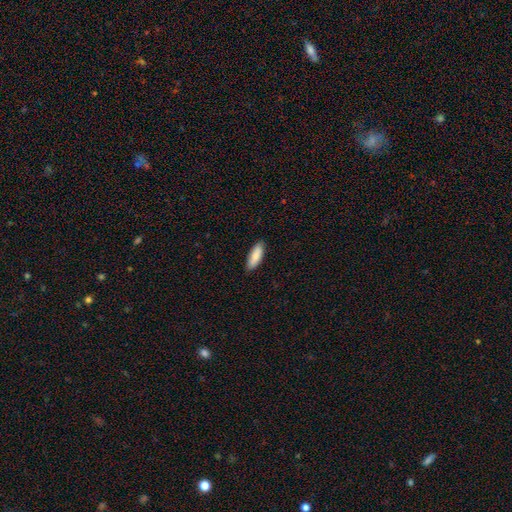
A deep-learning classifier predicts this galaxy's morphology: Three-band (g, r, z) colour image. It shows a smooth galaxy with no disk features (84%) that is in between round and cigar-shaped (64%). Merging: none (87%).